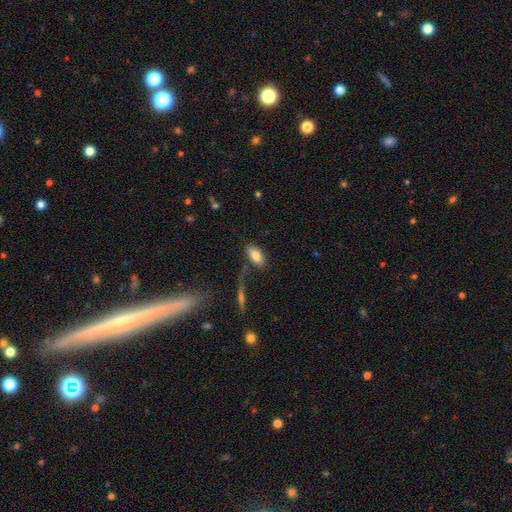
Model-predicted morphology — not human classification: smooth_or_featured: smooth (p=0.80) [alt: featured or disk p=0.13]
how_rounded: in between (p=0.90) [alt: cigar-shaped p=0.07]
merging: none (p=0.68) [alt: minor disturbance p=0.16]